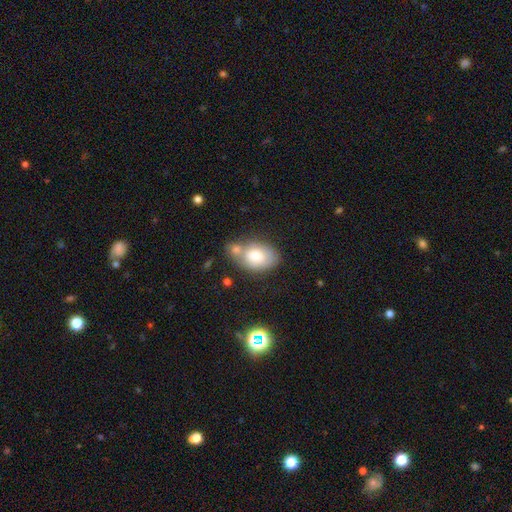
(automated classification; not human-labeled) Smooth or featured? smooth (73%)
How rounded? in between (83%)
Merging? none (41%)